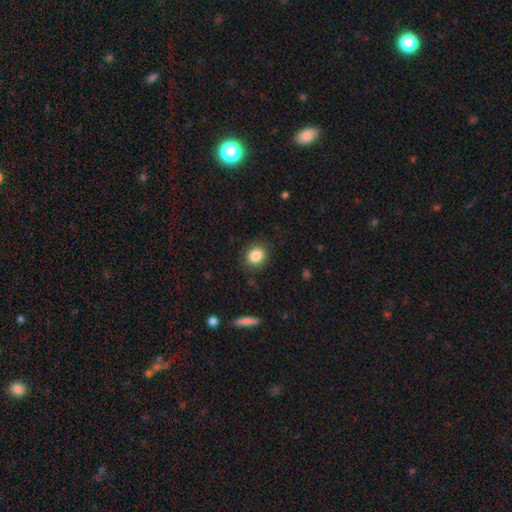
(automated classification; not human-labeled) Morphology: type=smooth (85%); roundness=round (71%); merging=none (86%).